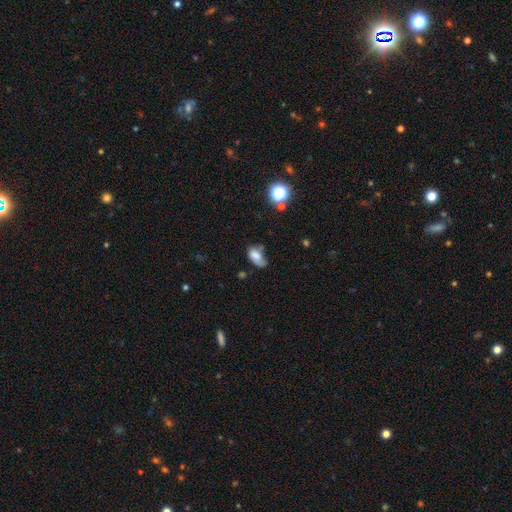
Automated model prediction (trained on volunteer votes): This is likely a smooth galaxy (68%). How rounded: clearly in between (89%). Merging: marginally minor disturbance (35%).